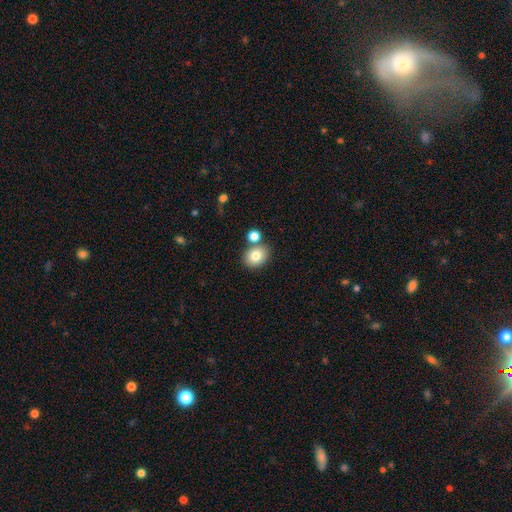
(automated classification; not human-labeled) This is clearly a smooth galaxy (80%). How rounded: possibly round (54%). Merging: likely none (69%).